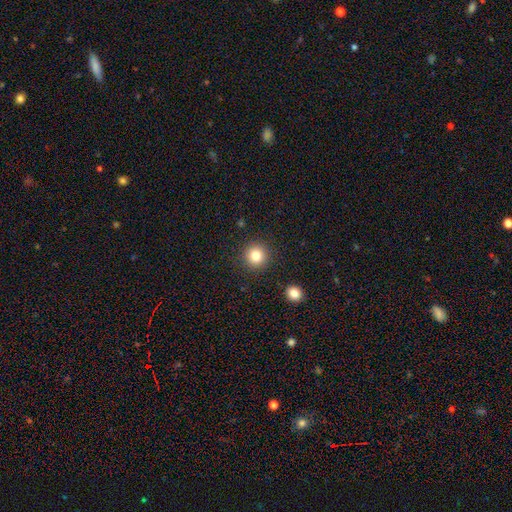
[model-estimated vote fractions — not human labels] Smooth or featured? Predicted: smooth (p=0.82). How rounded? Predicted: round (p=0.94). Merging? Predicted: none (p=0.90).